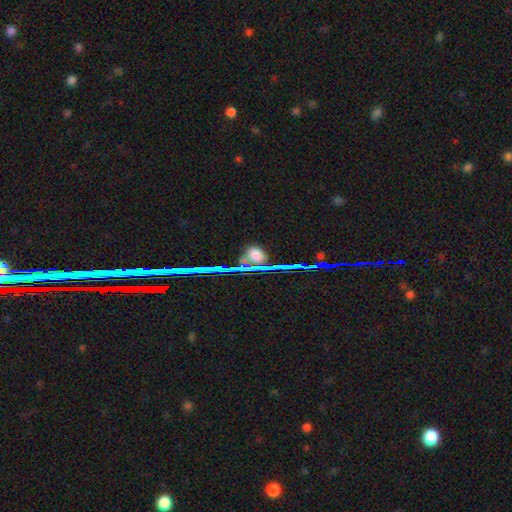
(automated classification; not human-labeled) Smooth or featured: smooth — 59% (star or artifact — 29%)
How rounded: round — 57% (in between — 39%)
Merging: none — 63% (minor disturbance — 18%)